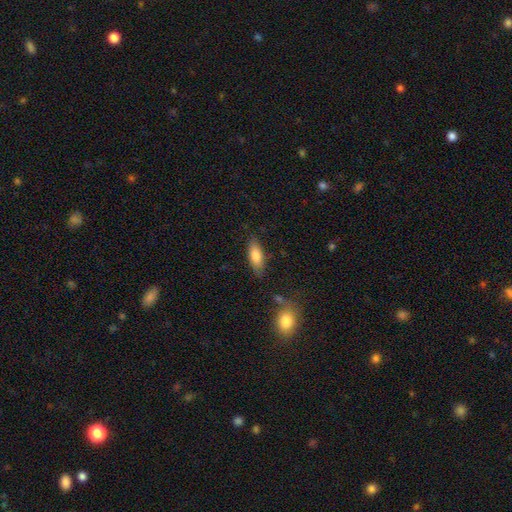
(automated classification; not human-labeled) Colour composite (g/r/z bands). It shows a smooth galaxy with no disk features (78%) that is in between round and cigar-shaped (69%). Merging: none (80%).